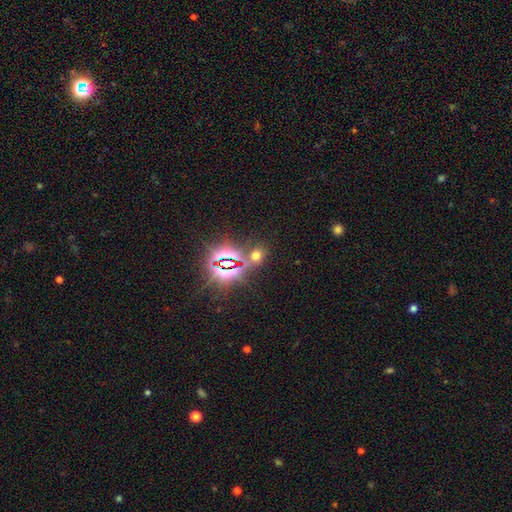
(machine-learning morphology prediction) This appears to be a star or artifact, not a galaxy (48%).